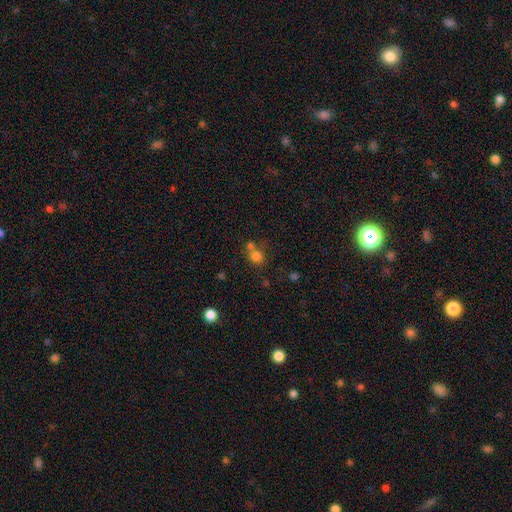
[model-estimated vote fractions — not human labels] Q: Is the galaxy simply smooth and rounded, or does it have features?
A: smooth — 77%.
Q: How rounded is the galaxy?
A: round — 83%.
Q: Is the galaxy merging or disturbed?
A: none — 51%.